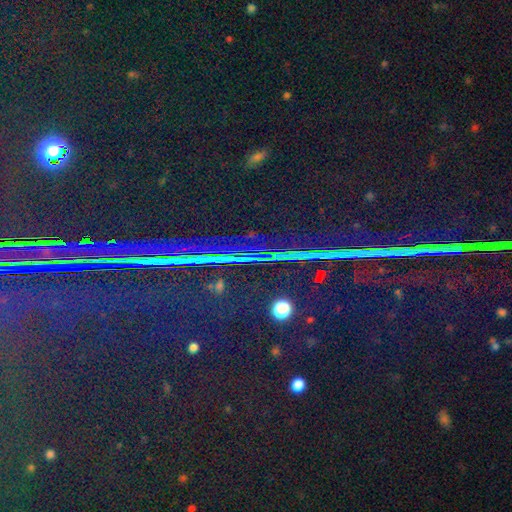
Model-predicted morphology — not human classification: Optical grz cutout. It shows a star or artifact, not a galaxy (84%).